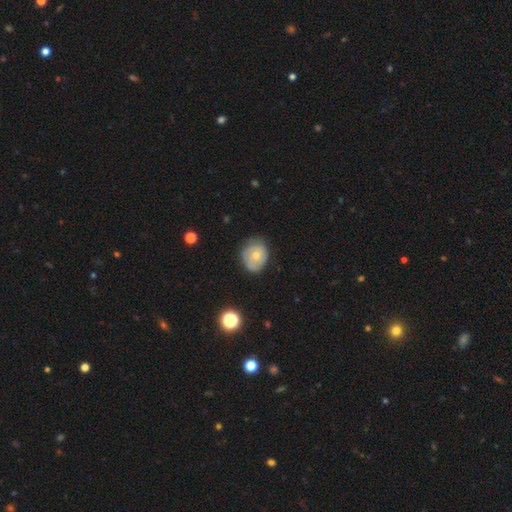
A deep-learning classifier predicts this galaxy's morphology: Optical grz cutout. It shows a smooth galaxy with no disk features (60%) that is round (59%). Merging: none (66%).